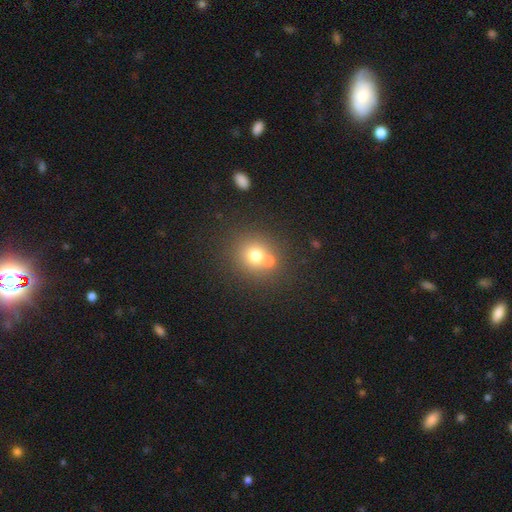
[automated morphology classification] Q: Smooth or featured?
A: smooth (71%); runner-up: star or artifact (15%)
Q: How rounded?
A: round (87%); runner-up: in between (12%)
Q: Merging?
A: none (57%); runner-up: merger (33%)